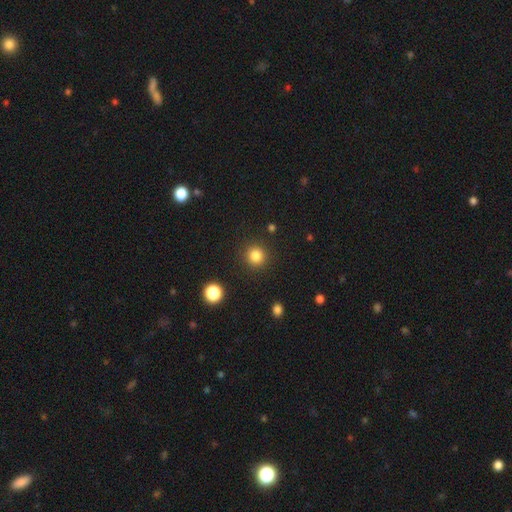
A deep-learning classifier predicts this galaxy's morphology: This appears to be a smooth galaxy with no disk features (83%) that is round (93%). Merging: none (90%).